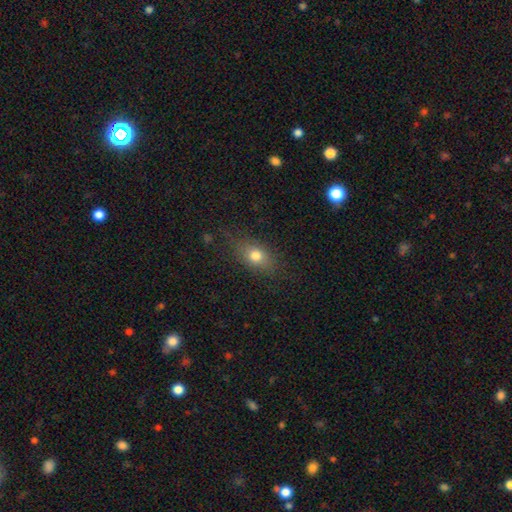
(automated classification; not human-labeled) Smooth or featured? smooth (76%)
How rounded? in between (72%)
Merging? none (79%)